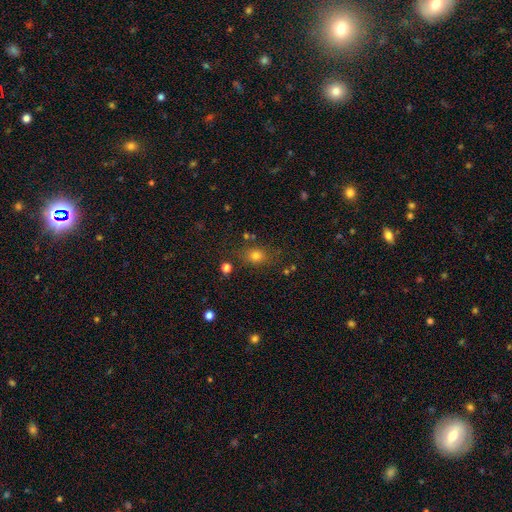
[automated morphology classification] Smooth or featured? smooth (77%)
How rounded? round (51%)
Merging? none (77%)